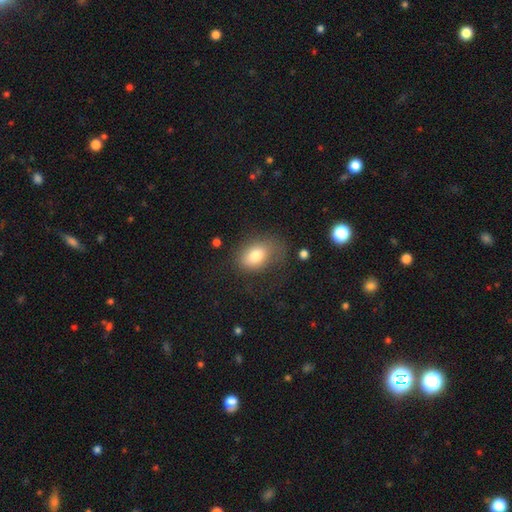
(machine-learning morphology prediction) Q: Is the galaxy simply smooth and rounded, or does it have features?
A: smooth — 78%.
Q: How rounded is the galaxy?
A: in between — 83%.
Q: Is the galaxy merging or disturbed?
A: none — 51%.